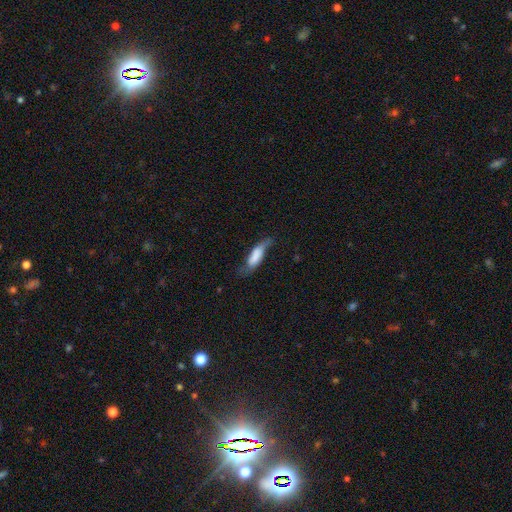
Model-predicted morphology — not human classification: smooth 64%, featured or disk 29%, star or artifact 7%. Down the decision tree: how rounded — in between (53%); merging — none (44%).